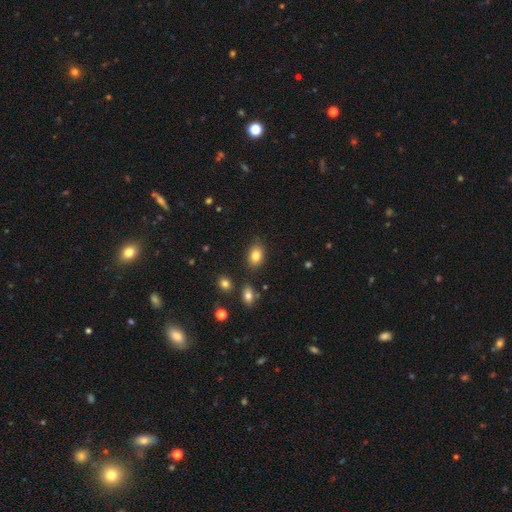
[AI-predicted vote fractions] Smooth or featured: smooth — 83% (star or artifact — 9%)
How rounded: in between — 83% (round — 15%)
Merging: none — 83% (minor disturbance — 11%)